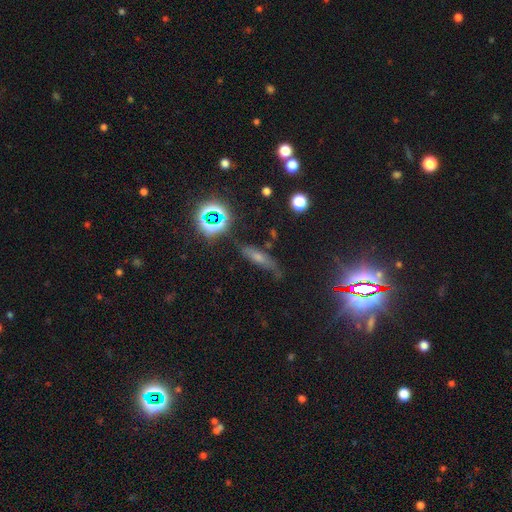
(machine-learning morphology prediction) Smooth or featured? smooth (39%)
Merging? none (68%)